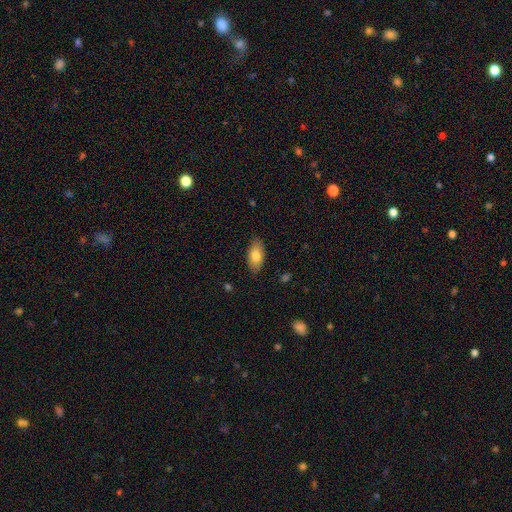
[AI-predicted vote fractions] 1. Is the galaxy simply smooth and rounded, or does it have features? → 79% smooth, 14% featured or disk, 7% star or artifact.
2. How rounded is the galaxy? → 91% in between, 6% cigar-shaped, 4% round.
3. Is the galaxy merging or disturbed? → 86% none, 11% minor disturbance, 2% major disturbance, 1% merger.